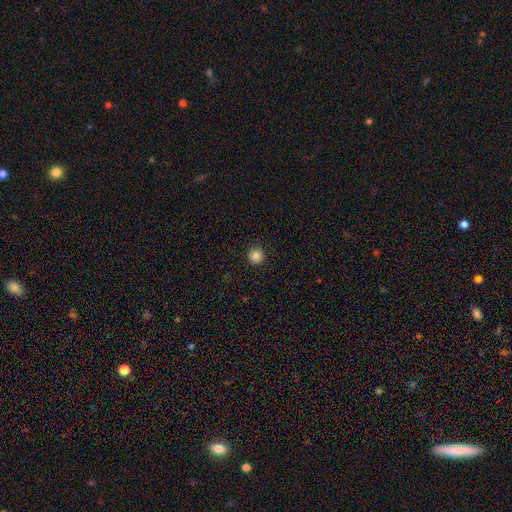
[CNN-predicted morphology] Smooth or featured?
  - smooth: 84% *
  - star or artifact: 11%
  - featured or disk: 5%
How rounded?
  - round: 95% *
  - in between: 4%
  - cigar-shaped: 1%
Merging?
  - none: 92% *
  - minor disturbance: 6%
  - major disturbance: 2%
  - merger: 1%